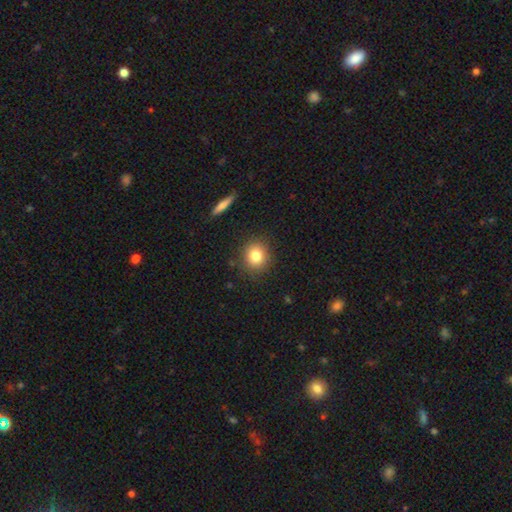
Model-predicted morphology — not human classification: Smooth or featured: smooth — 81% (star or artifact — 11%)
How rounded: round — 83% (in between — 16%)
Merging: none — 88% (minor disturbance — 8%)